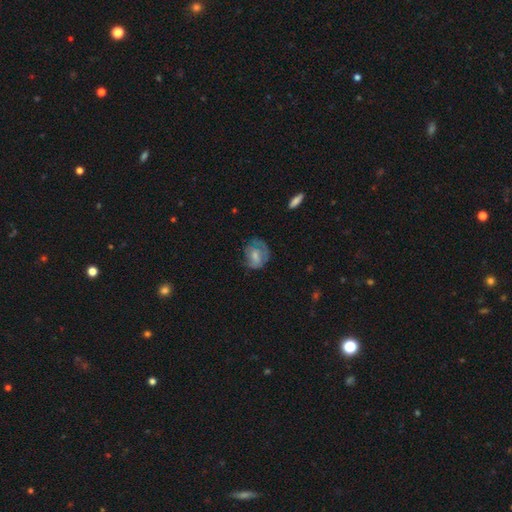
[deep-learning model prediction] The model was most divided on "smooth or featured": smooth: 52%, featured or disk: 40%, star or artifact: 8%. Remaining: how rounded — round (55%); merging — none (49%).